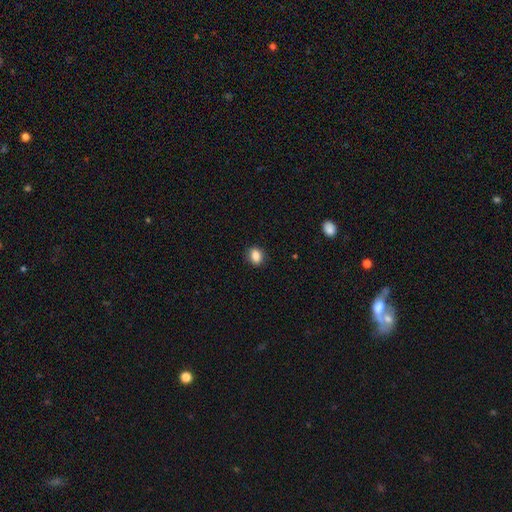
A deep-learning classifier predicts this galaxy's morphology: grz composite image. It shows a smooth galaxy with no disk features (86%) that is in between round and cigar-shaped (66%). Merging: none (88%).